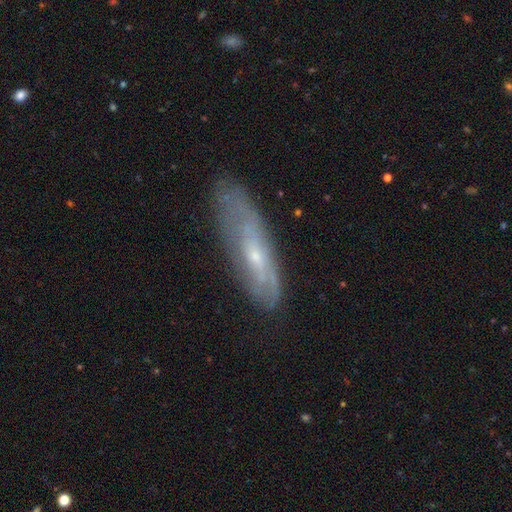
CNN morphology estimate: The model was most divided on "edge-on disk": no: 64%, yes: 36%. More confident: merging — none (70%); smooth or featured — featured or disk (62%).